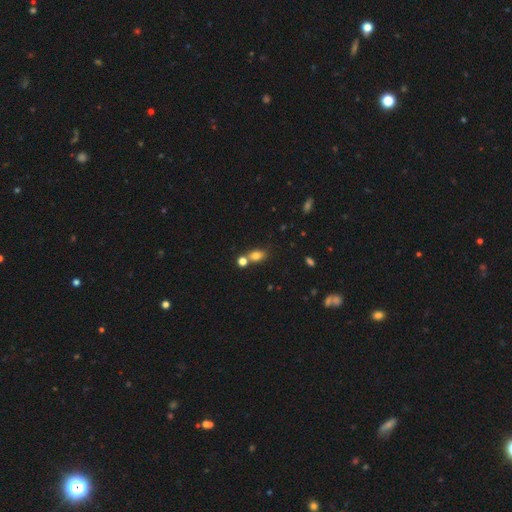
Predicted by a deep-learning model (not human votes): Smooth or featured? Predicted: smooth (p=0.78). How rounded? Predicted: in between (p=0.68). Merging? Predicted: none (p=0.52).